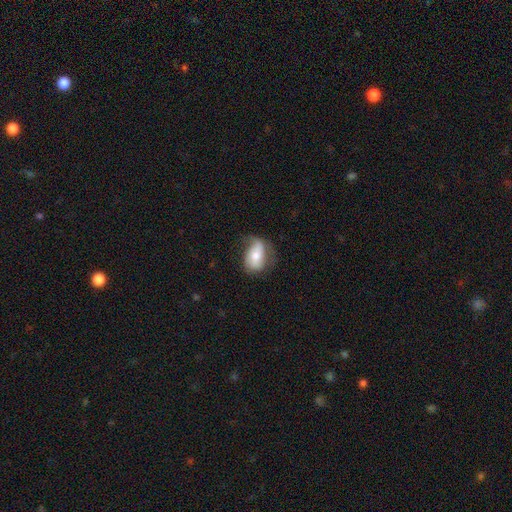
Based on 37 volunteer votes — smooth-or-featured: smooth: 65% | featured or disk: 27% | star or artifact: 8%
  how-rounded: in between: 88% | round: 12% | cigar-shaped: 0%
  merging: minor disturbance: 65% | none: 18% | major disturbance: 15% | merger: 3%